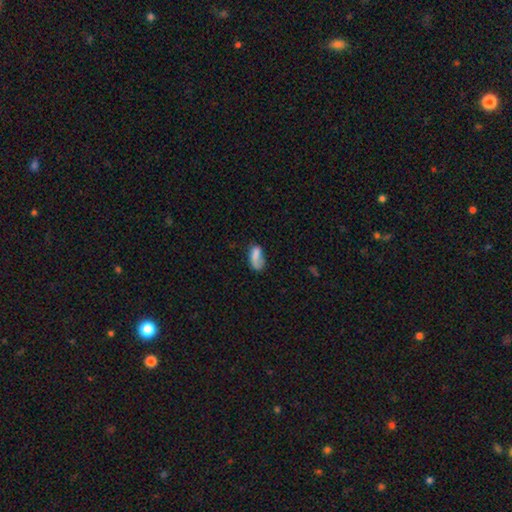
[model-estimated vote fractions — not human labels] Overall: smooth (74%). How rounded: in between (88%). Merging: none (37%; minor disturbance 28%).